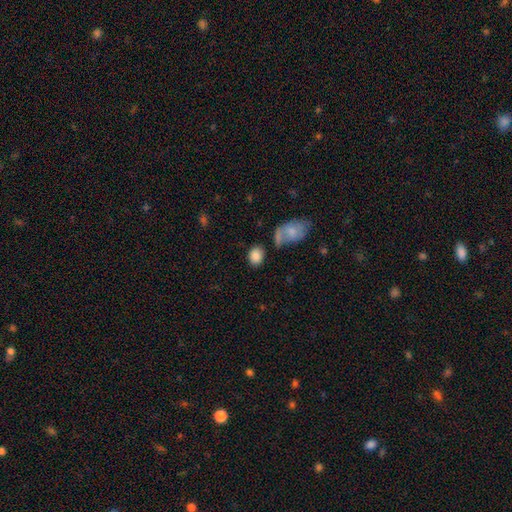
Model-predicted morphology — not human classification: Smooth or featured: smooth — 86% (star or artifact — 8%)
How rounded: in between — 61% (round — 38%)
Merging: none — 68% (minor disturbance — 15%)